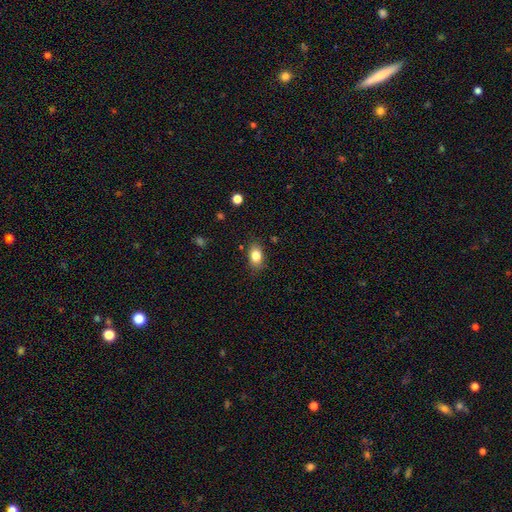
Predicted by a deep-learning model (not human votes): Q: Smooth or featured?
A: smooth (83%); runner-up: star or artifact (9%)
Q: How rounded?
A: in between (82%); runner-up: round (16%)
Q: Merging?
A: none (83%); runner-up: minor disturbance (13%)